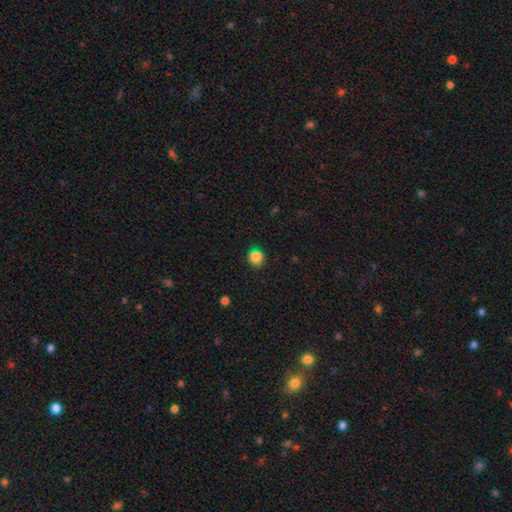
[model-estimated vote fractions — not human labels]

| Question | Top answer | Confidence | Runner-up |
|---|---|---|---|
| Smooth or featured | smooth | 83% | star or artifact (12%) |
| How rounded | round | 81% | in between (18%) |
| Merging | none | 80% | minor disturbance (13%) |